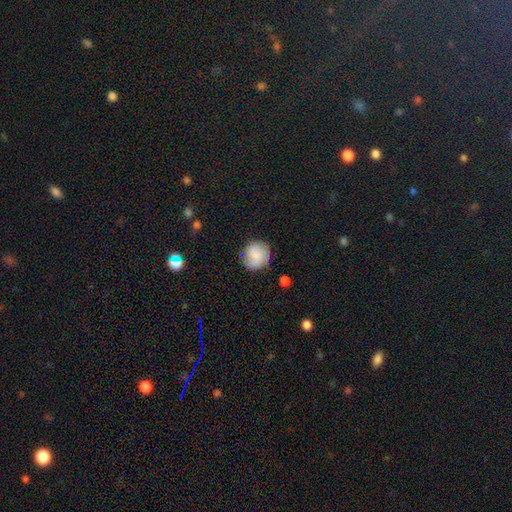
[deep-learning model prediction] smooth-or-featured: smooth: 76% | featured or disk: 17% | star or artifact: 8%
  how-rounded: round: 88% | in between: 11% | cigar-shaped: 1%
  merging: none: 76% | minor disturbance: 18% | major disturbance: 4% | merger: 2%